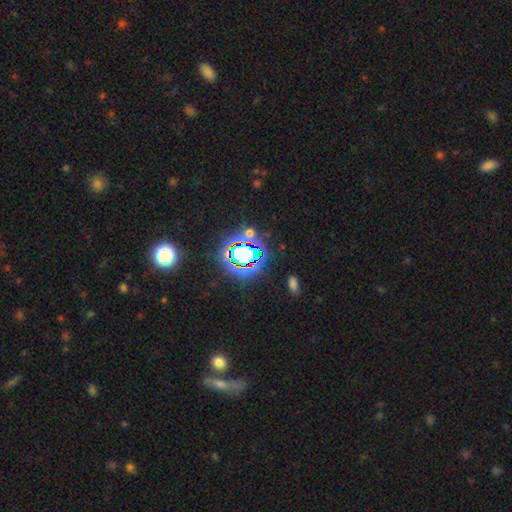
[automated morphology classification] star or artifact 77%, smooth 14%, featured or disk 9%.